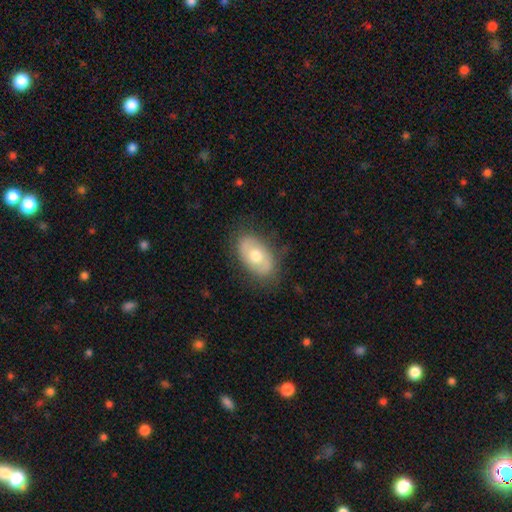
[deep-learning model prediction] A smooth galaxy with no disk features (56%) that is in between round and cigar-shaped (91%).

Vote fractions:
- Smooth or featured? smooth: 56% / featured or disk: 37% / star or artifact: 6%
- How rounded? in between: 91% / round: 8% / cigar-shaped: 2%
- Merging? none: 79% / minor disturbance: 15% / major disturbance: 5% / merger: 1%